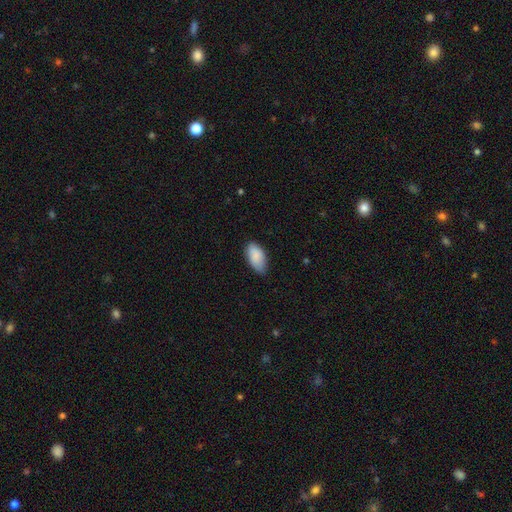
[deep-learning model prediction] smooth 88%, featured or disk 6%, star or artifact 6%. Down the decision tree: how rounded — in between (94%); merging — none (71%).